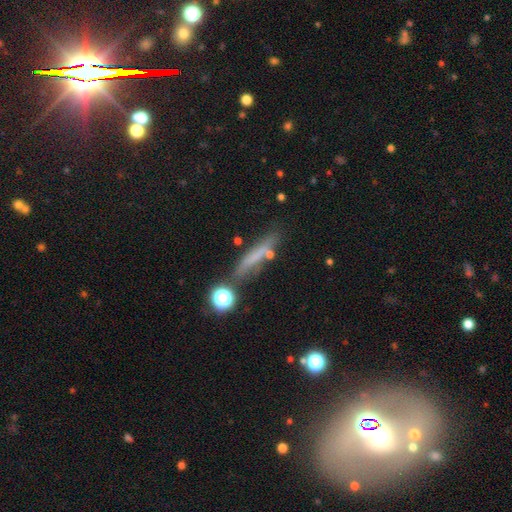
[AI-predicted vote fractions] Smooth or featured? smooth (54%)
How rounded? cigar-shaped (83%)
Merging? none (68%)